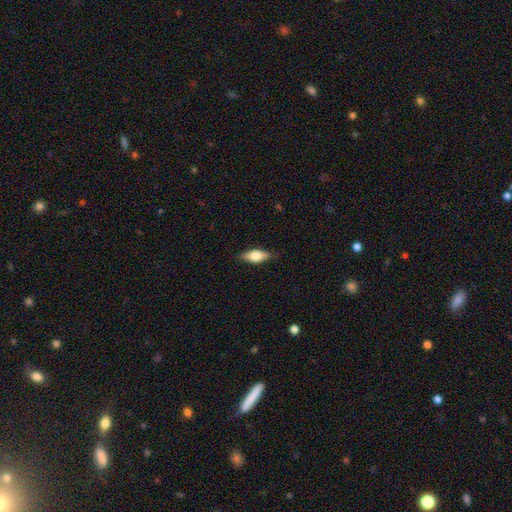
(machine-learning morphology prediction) A smooth galaxy with no disk features (62%) that is in between round and cigar-shaped (78%).

Vote fractions:
- Smooth or featured? smooth: 62% / featured or disk: 32% / star or artifact: 7%
- How rounded? in between: 78% / cigar-shaped: 18% / round: 4%
- Merging? none: 82% / minor disturbance: 14% / major disturbance: 3% / merger: 1%